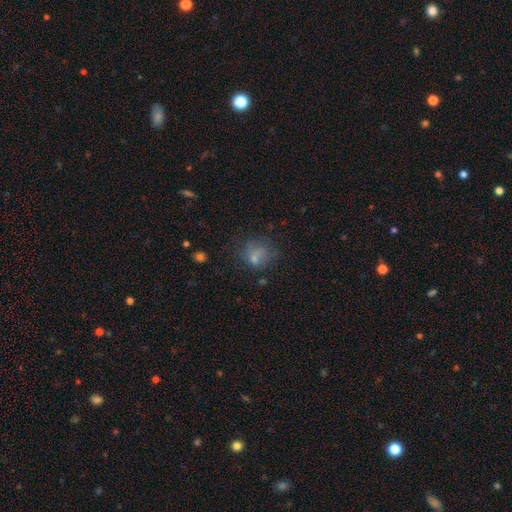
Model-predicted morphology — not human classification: smooth_or_featured: smooth (p=0.65) [alt: featured or disk p=0.19]
how_rounded: round (p=0.67) [alt: in between p=0.32]
merging: none (p=0.49) [alt: minor disturbance p=0.23]